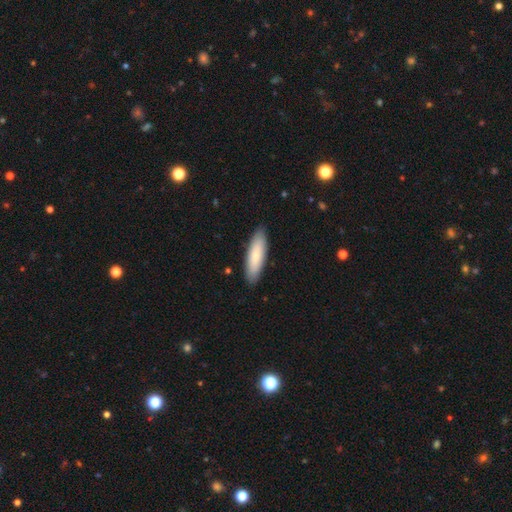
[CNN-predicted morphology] smooth 79%, featured or disk 16%, star or artifact 5%. Down the decision tree: how rounded — cigar-shaped (58%); merging — none (89%).